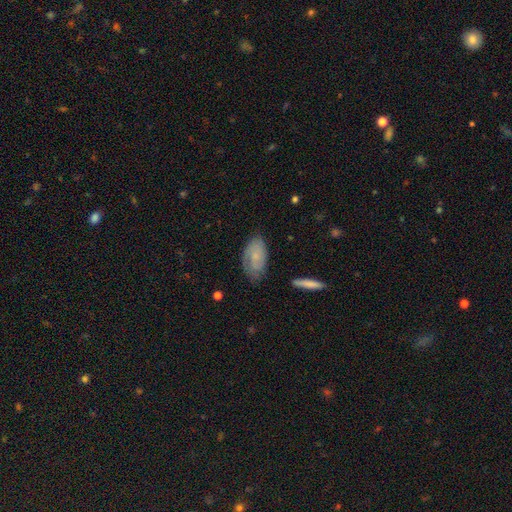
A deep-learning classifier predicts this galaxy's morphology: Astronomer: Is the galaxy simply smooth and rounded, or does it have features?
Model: smooth — 49% (runner-up: featured or disk, 44%).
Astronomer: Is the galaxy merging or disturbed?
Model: none — 67%.